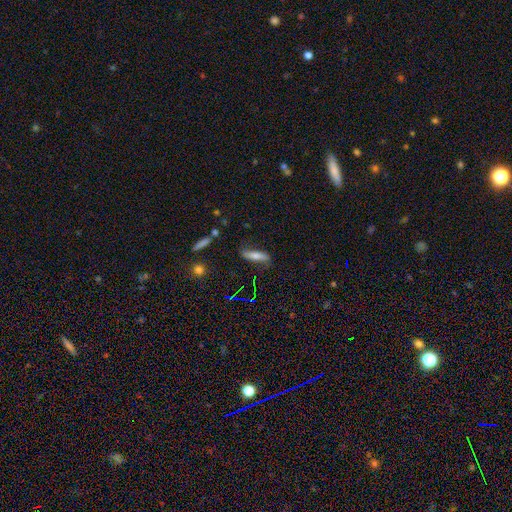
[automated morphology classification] type=smooth (55%); roundness=cigar-shaped (62%); merging=none (73%).